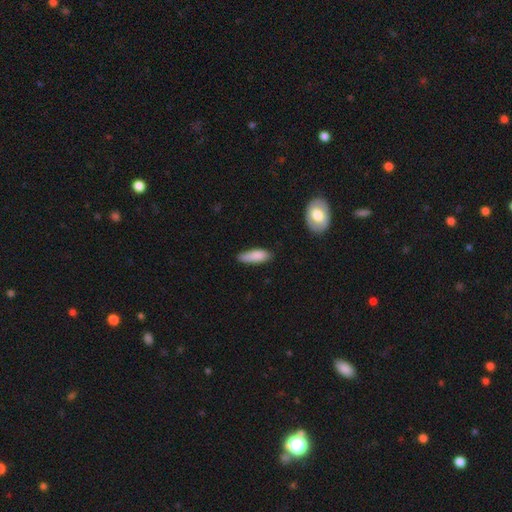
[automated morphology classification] Q: Smooth or featured?
A: smooth (85%); runner-up: featured or disk (9%)
Q: How rounded?
A: in between (56%); runner-up: cigar-shaped (42%)
Q: Merging?
A: none (67%); runner-up: minor disturbance (26%)